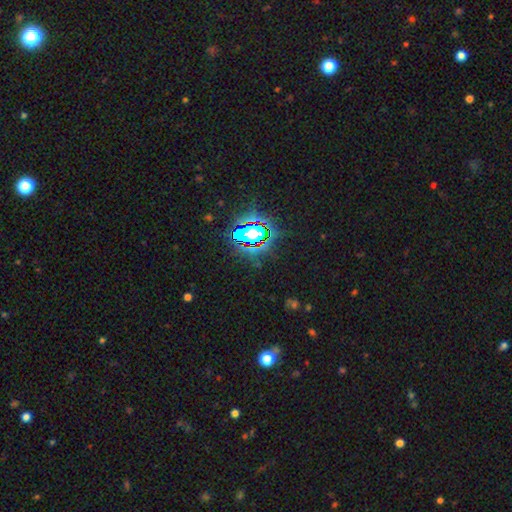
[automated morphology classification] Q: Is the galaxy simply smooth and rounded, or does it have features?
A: star or artifact — 79%.